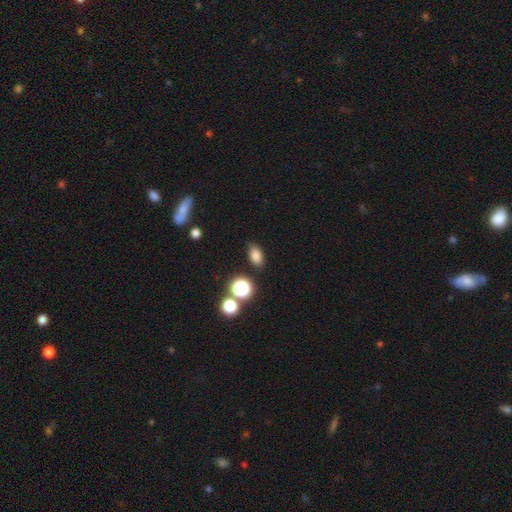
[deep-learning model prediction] smooth 79%, star or artifact 14%, featured or disk 7%. Down the decision tree: how rounded — in between (83%); merging — none (82%).